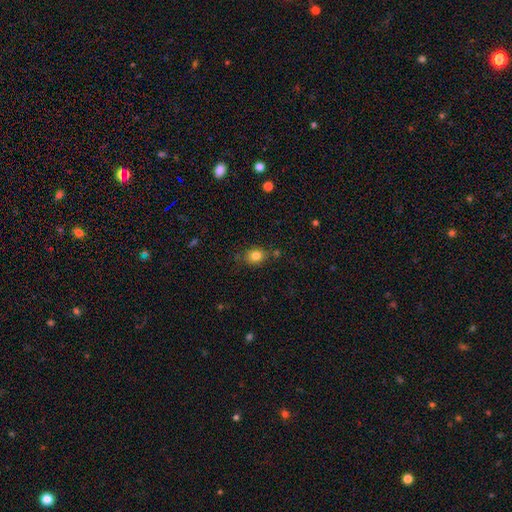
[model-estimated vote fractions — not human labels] Overall: smooth (82%). How rounded: round (62%; in between 37%). Merging: none (76%).